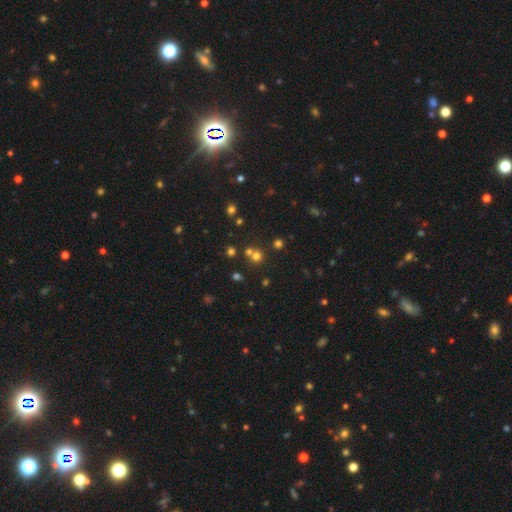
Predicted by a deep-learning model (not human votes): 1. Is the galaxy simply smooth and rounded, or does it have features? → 60% smooth, 30% star or artifact, 10% featured or disk.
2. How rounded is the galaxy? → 90% round, 9% in between, 1% cigar-shaped.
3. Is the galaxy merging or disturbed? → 64% none, 27% merger, 7% minor disturbance, 3% major disturbance.